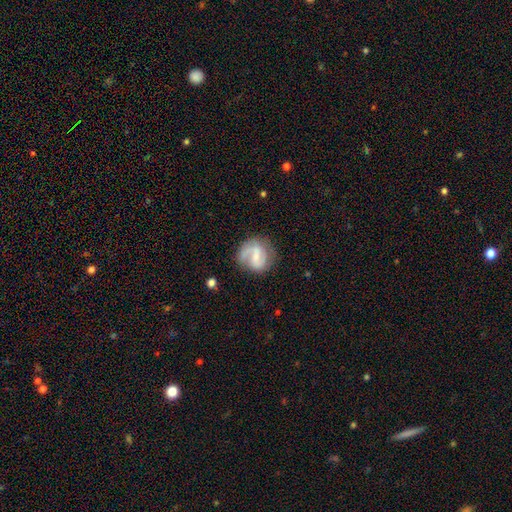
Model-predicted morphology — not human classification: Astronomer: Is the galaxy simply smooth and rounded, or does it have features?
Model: featured or disk — 72%.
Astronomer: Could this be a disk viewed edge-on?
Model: no — 98%.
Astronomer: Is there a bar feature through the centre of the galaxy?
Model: weak — 53%.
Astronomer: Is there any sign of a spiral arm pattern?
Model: yes — 90%.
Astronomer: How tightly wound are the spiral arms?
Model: medium — 45% (runner-up: loose, 33%).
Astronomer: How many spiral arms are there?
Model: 2 — 67%.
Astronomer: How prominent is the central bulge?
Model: small — 52%.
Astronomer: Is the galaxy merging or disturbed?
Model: none — 67%.